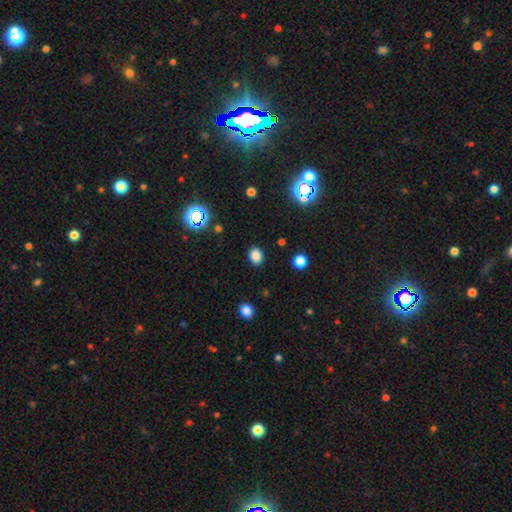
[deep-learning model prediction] Overall: smooth (82%). How rounded: in between (59%; round 40%). Merging: none (89%).